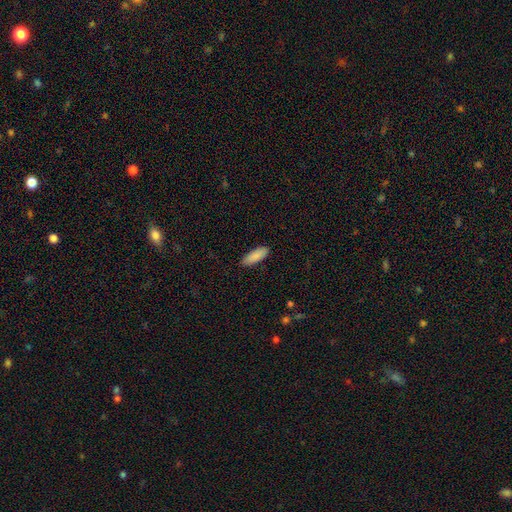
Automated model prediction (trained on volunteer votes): Overall: smooth (89%). How rounded: in between (67%; cigar-shaped 32%). Merging: none (87%).